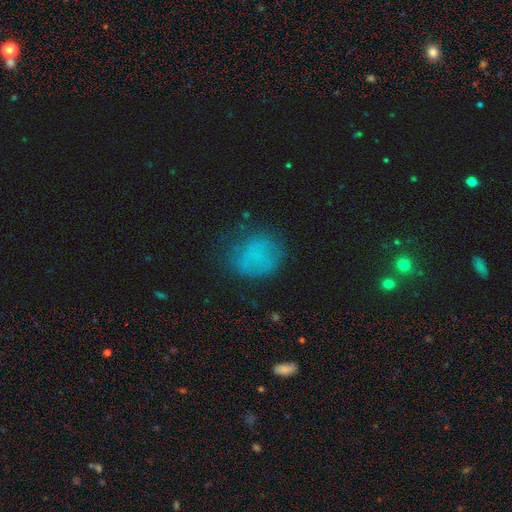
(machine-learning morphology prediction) Smooth or featured?
  - smooth: 67% *
  - star or artifact: 17%
  - featured or disk: 15%
How rounded?
  - round: 70% *
  - in between: 28%
  - cigar-shaped: 1%
Merging?
  - none: 64% *
  - minor disturbance: 22%
  - major disturbance: 12%
  - merger: 2%